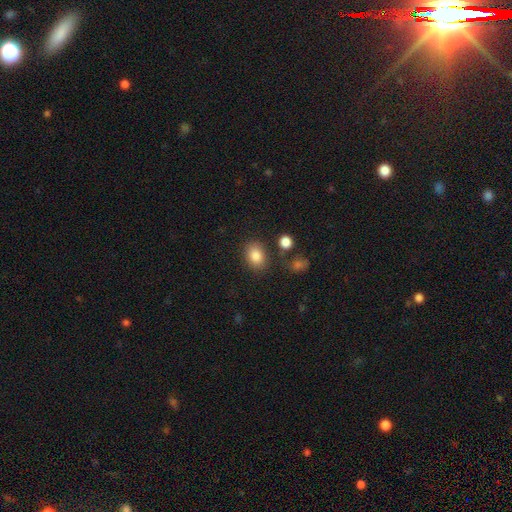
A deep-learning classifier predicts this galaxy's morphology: This is clearly a smooth galaxy (85%). How rounded: likely in between (68%). Merging: likely none (79%).